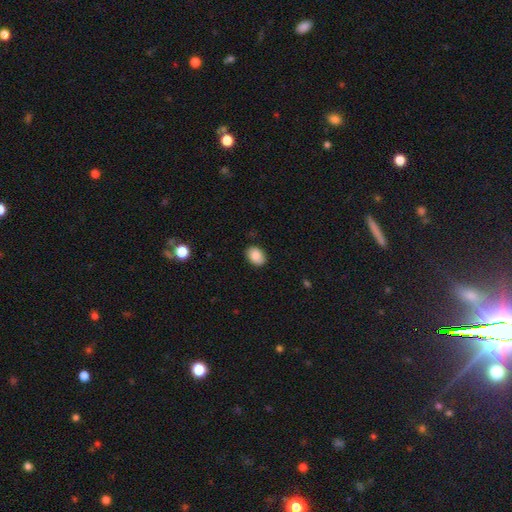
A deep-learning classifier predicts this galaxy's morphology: A smooth galaxy with no disk features (87%) that is in between round and cigar-shaped (74%).

Vote fractions:
- Smooth or featured? smooth: 87% / star or artifact: 8% / featured or disk: 5%
- How rounded? in between: 74% / round: 25% / cigar-shaped: 1%
- Merging? none: 87% / minor disturbance: 10% / major disturbance: 2% / merger: 1%